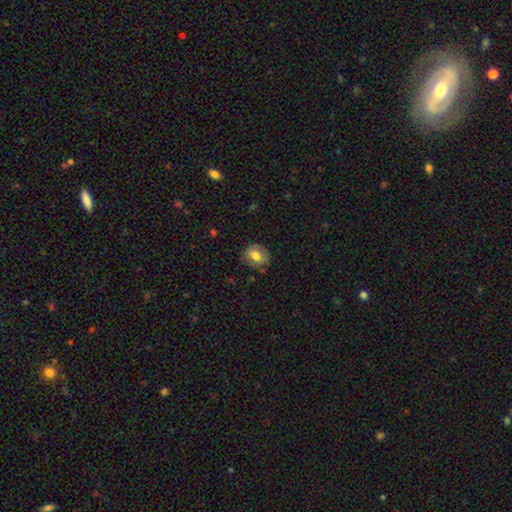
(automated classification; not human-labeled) Smooth or featured? Predicted: smooth (p=0.69). How rounded? Predicted: round (p=0.54). Merging? Predicted: none (p=0.77).